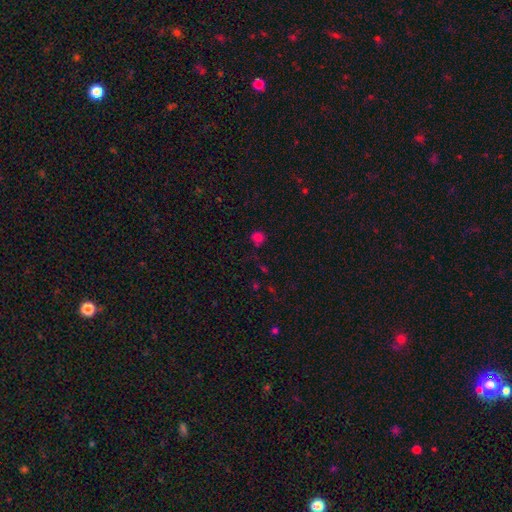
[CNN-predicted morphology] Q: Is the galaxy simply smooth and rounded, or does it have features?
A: smooth — 47%.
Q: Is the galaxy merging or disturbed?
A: none — 77%.